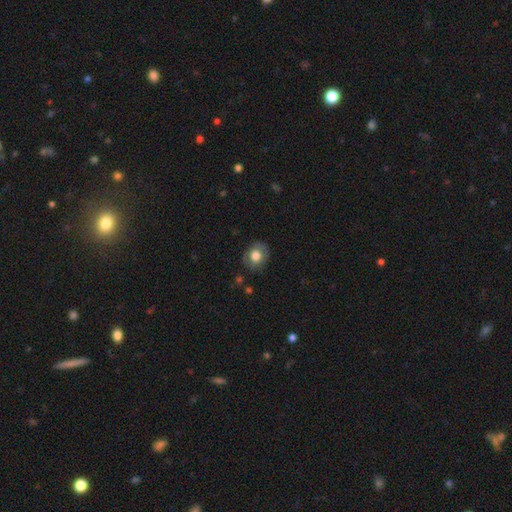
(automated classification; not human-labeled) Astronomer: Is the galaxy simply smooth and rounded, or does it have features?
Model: smooth — 68%.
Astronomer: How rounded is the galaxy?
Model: round — 63%.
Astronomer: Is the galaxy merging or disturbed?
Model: none — 78%.